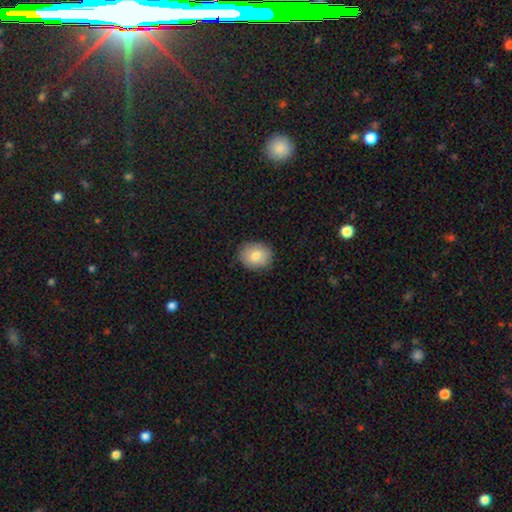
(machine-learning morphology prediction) Overall: smooth (81%). How rounded: round (57%; in between 42%). Merging: none (85%).